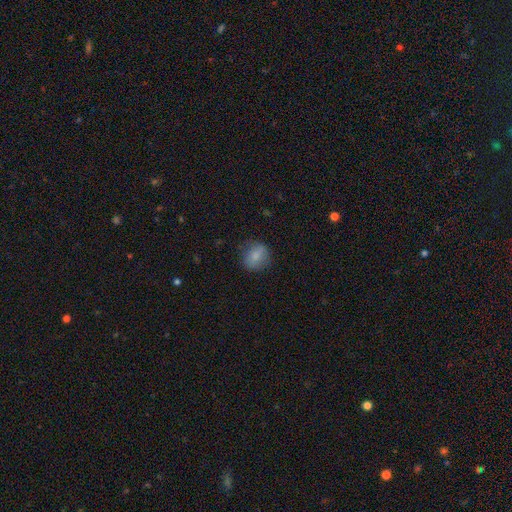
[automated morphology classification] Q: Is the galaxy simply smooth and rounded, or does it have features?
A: smooth — 80%.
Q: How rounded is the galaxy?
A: round — 64%.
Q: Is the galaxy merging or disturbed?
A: none — 76%.